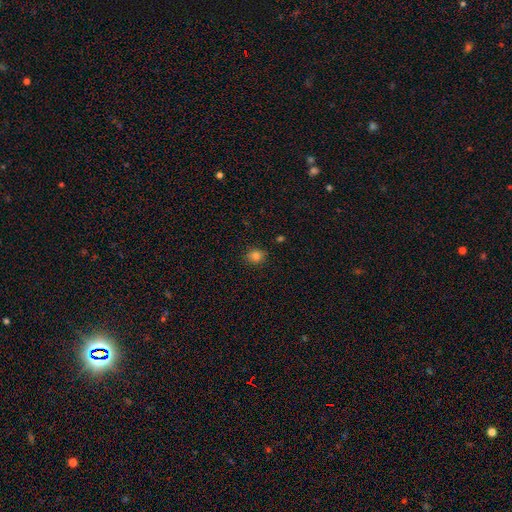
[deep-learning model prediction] Smooth or featured?
  - smooth: 82% *
  - star or artifact: 13%
  - featured or disk: 5%
How rounded?
  - round: 74% *
  - in between: 25%
  - cigar-shaped: 1%
Merging?
  - none: 85% *
  - minor disturbance: 11%
  - major disturbance: 2%
  - merger: 2%